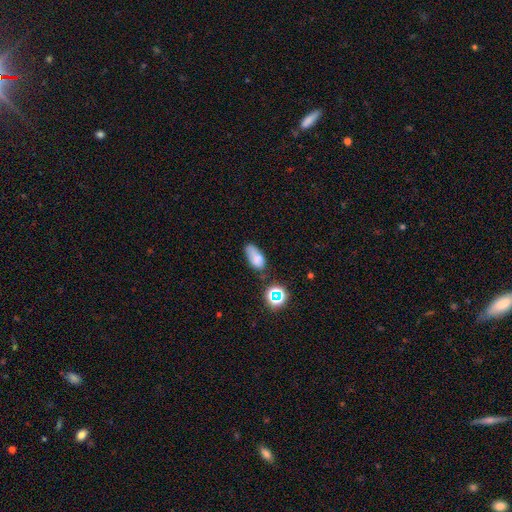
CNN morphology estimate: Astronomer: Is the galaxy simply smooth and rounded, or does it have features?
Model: smooth — 68%.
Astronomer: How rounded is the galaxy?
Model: in between — 87%.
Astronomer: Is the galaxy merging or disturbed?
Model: none — 45% (runner-up: minor disturbance, 29%).